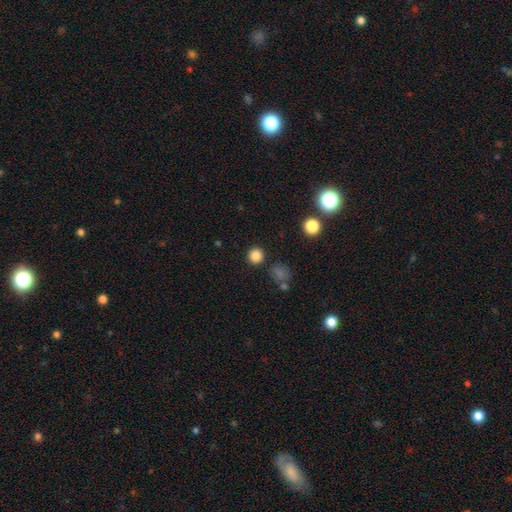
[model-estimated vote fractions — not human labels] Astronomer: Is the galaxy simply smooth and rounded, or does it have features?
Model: smooth — 83%.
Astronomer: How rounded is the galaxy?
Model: round — 94%.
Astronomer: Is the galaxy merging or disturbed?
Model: none — 89%.